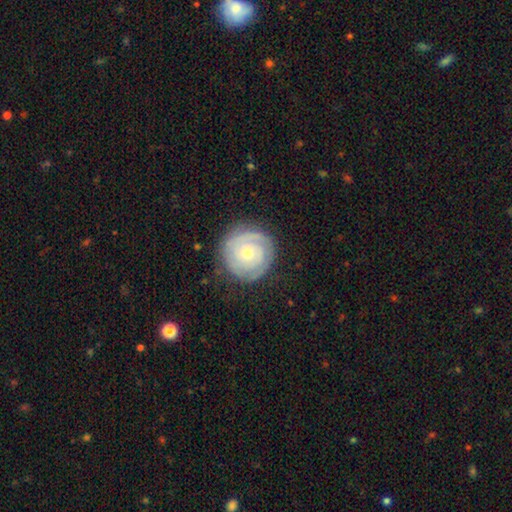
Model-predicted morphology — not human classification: Smooth or featured?
  - featured or disk: 68% *
  - smooth: 26%
  - star or artifact: 6%
Edge-on disk?
  - no: 98% *
  - yes: 2%
Bar?
  - no: 83% *
  - weak: 14%
  - strong: 3%
Spiral arms?
  - yes: 83% *
  - no: 17%
Spiral winding?
  - tight: 77% *
  - medium: 17%
  - loose: 6%
Spiral arm count?
  - can't tell: 35% *
  - 2: 33%
  - 3: 12%
  - 1: 11%
  - 4: 4%
  - more than 4: 4%
Bulge size?
  - small: 65% *
  - moderate: 31%
  - large: 2%
  - none: 1%
  - dominant: 1%
Merging?
  - none: 81% *
  - minor disturbance: 13%
  - major disturbance: 5%
  - merger: 1%